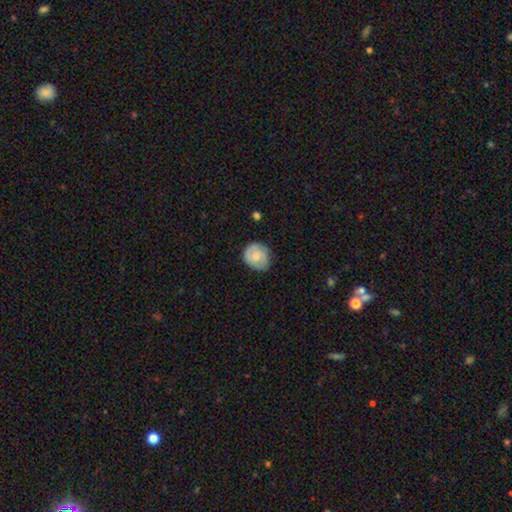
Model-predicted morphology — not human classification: A smooth galaxy with no disk features (53%) that is round (73%).

Vote fractions:
- Smooth or featured? smooth: 53% / featured or disk: 40% / star or artifact: 7%
- How rounded? round: 73% / in between: 26% / cigar-shaped: 1%
- Merging? none: 74% / minor disturbance: 20% / major disturbance: 4% / merger: 1%